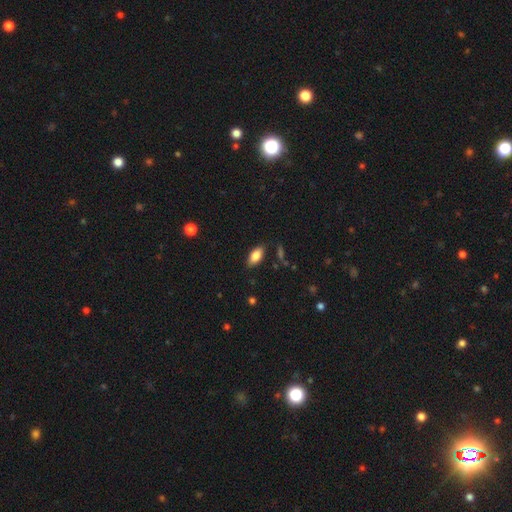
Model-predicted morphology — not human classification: Overall: smooth (82%). How rounded: in between (89%). Merging: none (85%).